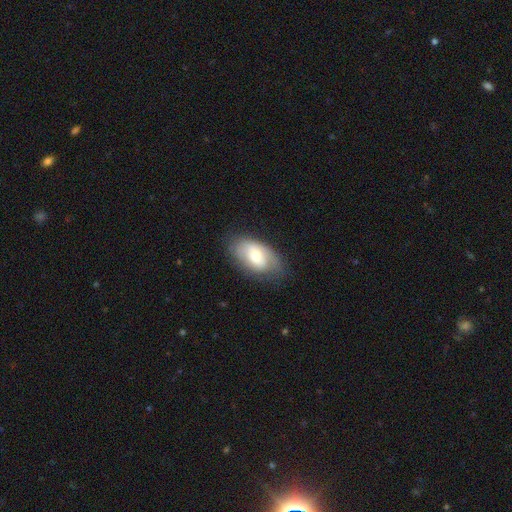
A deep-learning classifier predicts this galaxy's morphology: This is possibly a smooth galaxy (56%). How rounded: clearly in between (92%). Merging: likely none (71%).